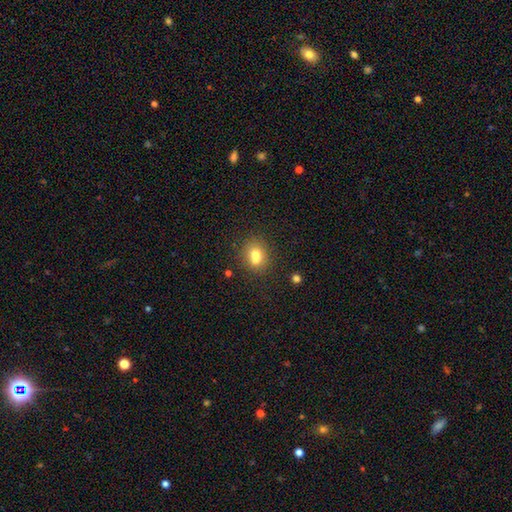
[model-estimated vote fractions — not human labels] The model was most divided on "how rounded": round: 58%, in between: 40%, cigar-shaped: 1%. More confident: smooth or featured — smooth (74%); merging — none (56%).